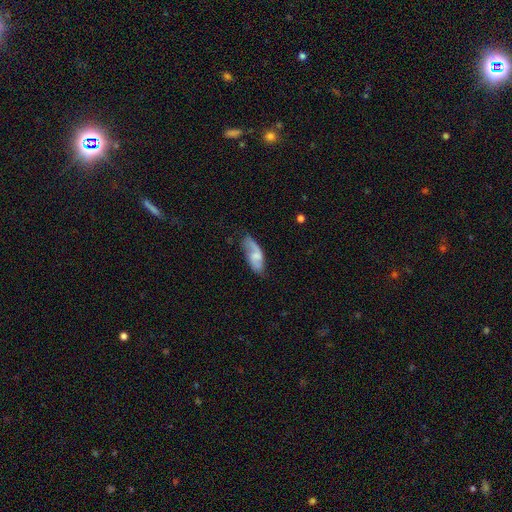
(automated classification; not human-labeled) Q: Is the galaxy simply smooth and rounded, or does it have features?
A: featured or disk — 50%.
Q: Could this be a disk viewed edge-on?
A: no — 89%.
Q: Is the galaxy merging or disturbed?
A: none — 56%.